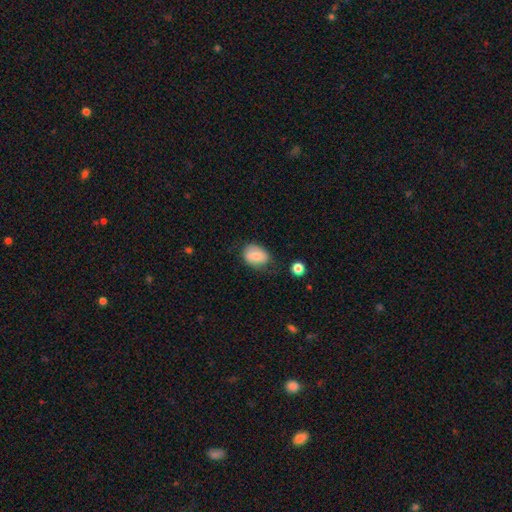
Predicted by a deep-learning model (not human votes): Smooth or featured: smooth — 76% (featured or disk — 16%)
How rounded: in between — 69% (round — 30%)
Merging: none — 66% (minor disturbance — 25%)